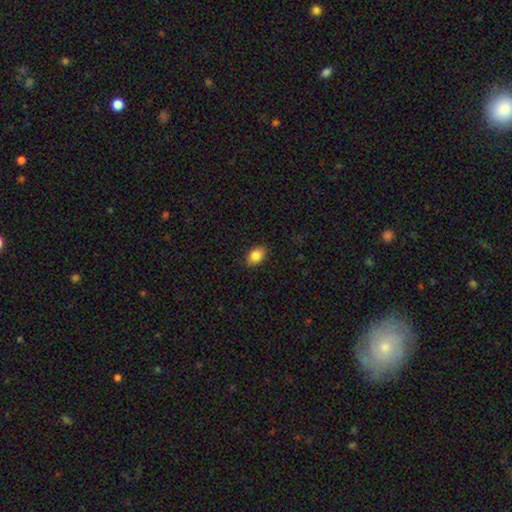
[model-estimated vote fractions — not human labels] Morphology: type=smooth (86%); roundness=in between (82%); merging=none (88%).